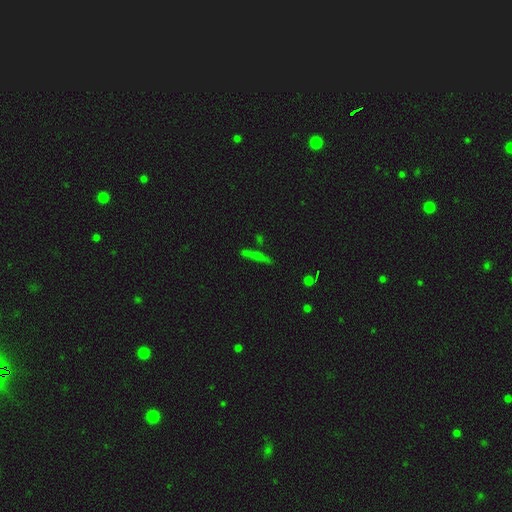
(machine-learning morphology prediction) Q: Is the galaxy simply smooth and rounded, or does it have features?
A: smooth — 60%.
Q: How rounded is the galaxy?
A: cigar-shaped — 90%.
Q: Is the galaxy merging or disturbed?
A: none — 79%.